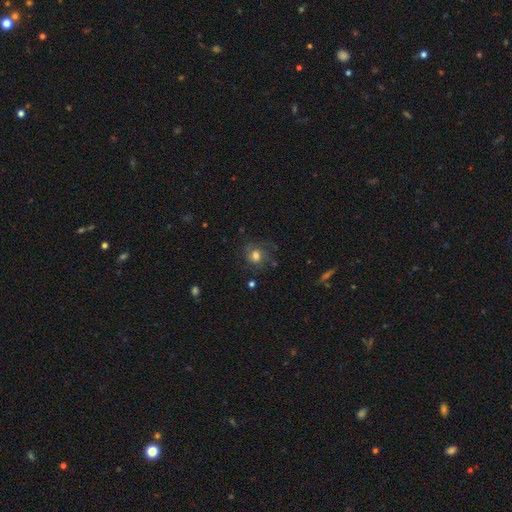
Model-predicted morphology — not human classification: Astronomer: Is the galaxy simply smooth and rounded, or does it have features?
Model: smooth — 58%.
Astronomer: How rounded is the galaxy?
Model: round — 76%.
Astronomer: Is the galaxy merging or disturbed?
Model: none — 63%.